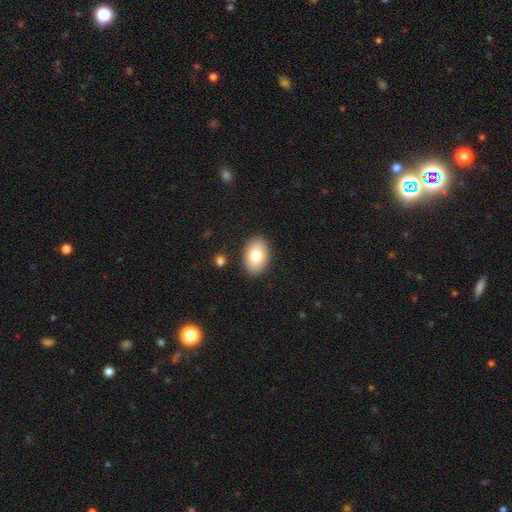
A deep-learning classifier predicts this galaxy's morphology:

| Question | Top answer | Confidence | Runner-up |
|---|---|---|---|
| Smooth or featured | smooth | 79% | featured or disk (14%) |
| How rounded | in between | 88% | round (11%) |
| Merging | none | 88% | minor disturbance (8%) |